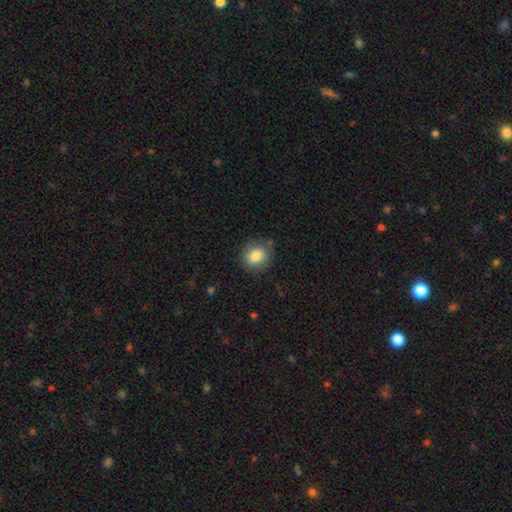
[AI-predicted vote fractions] A smooth galaxy with no disk features (84%) that is round (73%).

Vote fractions:
- Smooth or featured? smooth: 84% / star or artifact: 8% / featured or disk: 8%
- How rounded? round: 73% / in between: 26% / cigar-shaped: 1%
- Merging? none: 82% / minor disturbance: 13% / major disturbance: 3% / merger: 2%